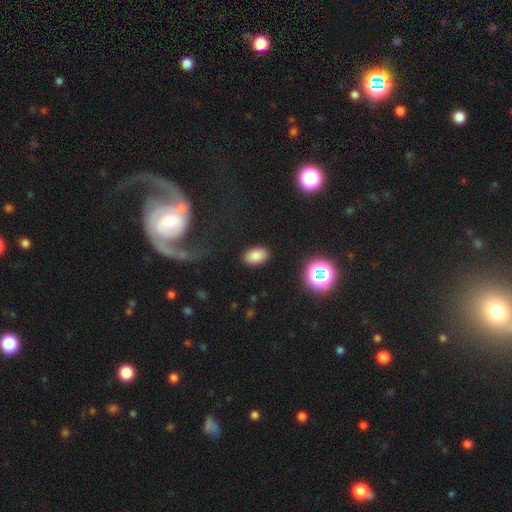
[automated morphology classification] This appears to be a smooth galaxy with no disk features (81%) that is in between round and cigar-shaped (90%). Merging: none (87%).